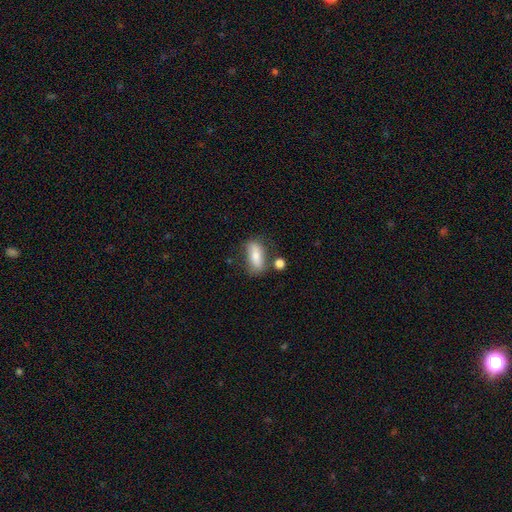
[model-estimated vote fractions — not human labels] Q: Smooth or featured?
A: smooth (70%); runner-up: featured or disk (22%)
Q: How rounded?
A: in between (77%); runner-up: cigar-shaped (18%)
Q: Merging?
A: none (65%); runner-up: minor disturbance (19%)